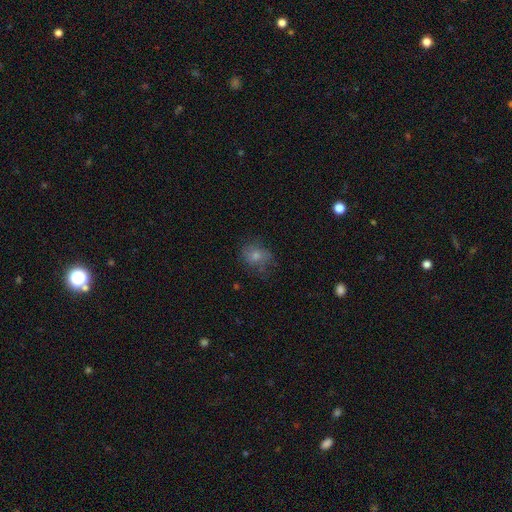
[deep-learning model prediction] Q: Smooth or featured?
A: smooth (69%); runner-up: featured or disk (20%)
Q: How rounded?
A: round (56%); runner-up: in between (43%)
Q: Merging?
A: none (57%); runner-up: minor disturbance (27%)